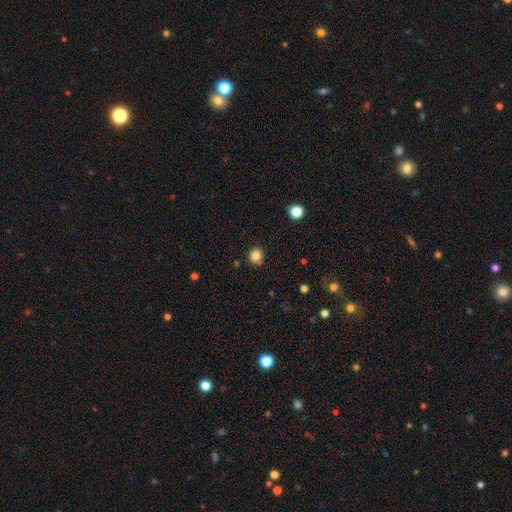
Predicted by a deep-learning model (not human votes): Overall: smooth (83%). How rounded: round (87%). Merging: none (86%).